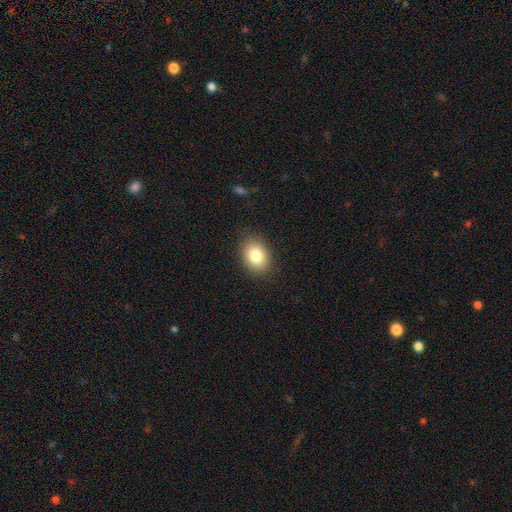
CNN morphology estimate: This appears to be a smooth galaxy with no disk features (83%) that is in between round and cigar-shaped (69%). Merging: none (87%).